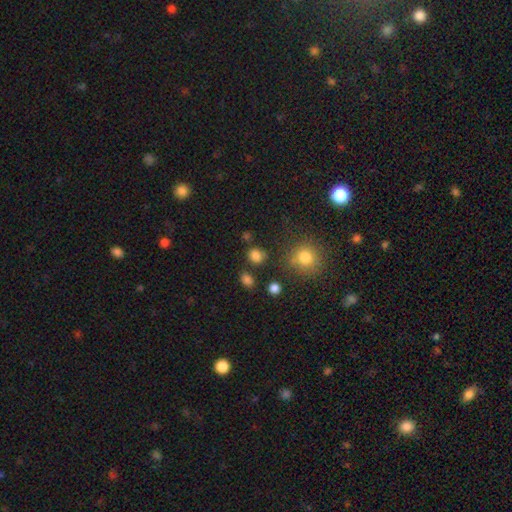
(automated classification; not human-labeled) Overall: smooth (80%). How rounded: round (68%; in between 31%). Merging: none (76%).